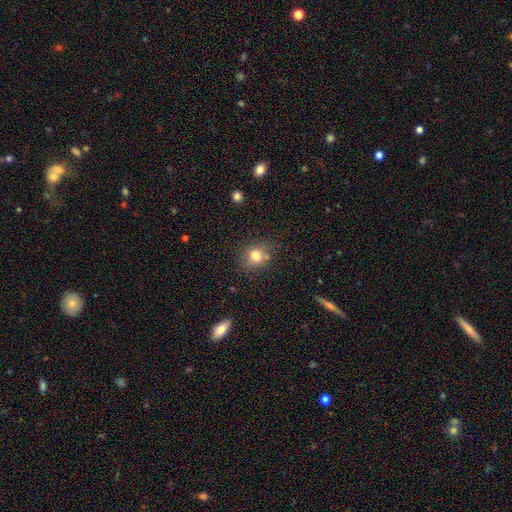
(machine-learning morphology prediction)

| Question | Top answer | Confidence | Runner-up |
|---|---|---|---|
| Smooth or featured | smooth | 76% | star or artifact (13%) |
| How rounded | round | 73% | in between (26%) |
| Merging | none | 76% | minor disturbance (14%) |